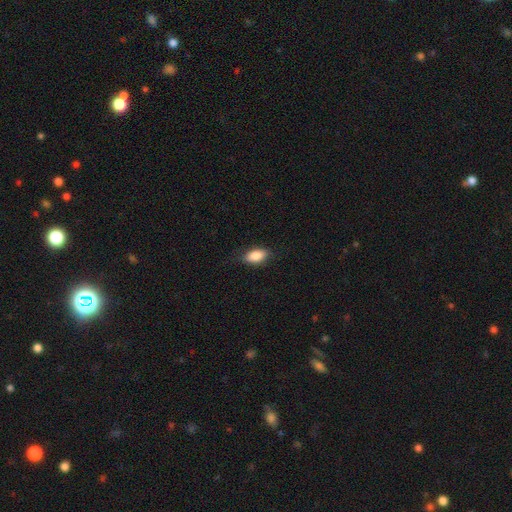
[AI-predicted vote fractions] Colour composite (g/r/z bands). It shows a smooth galaxy with no disk features (85%) that is in between round and cigar-shaped (89%). Merging: none (80%).